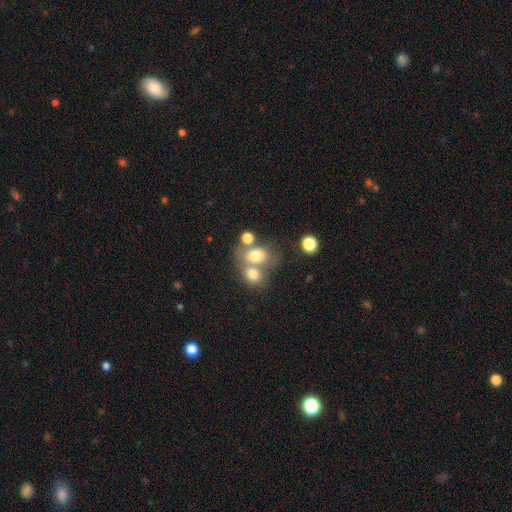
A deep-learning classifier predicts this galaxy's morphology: type=smooth (72%); roundness=in between (54%); merging=merger (50%).